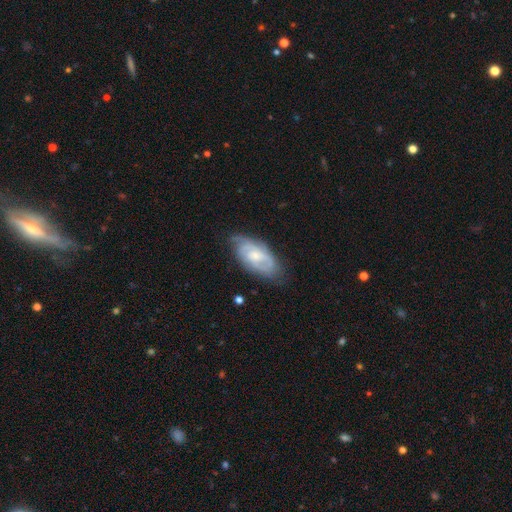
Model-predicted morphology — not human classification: Smooth or featured: featured or disk — 71% (smooth — 24%)
Edge-on disk: no — 94% (yes — 6%)
Bar: no — 56% (weak — 37%)
Spiral arms: yes — 88% (no — 12%)
Spiral winding: tight — 51% (medium — 38%)
Spiral arm count: 2 — 42% (can't tell — 34%)
Bulge size: small — 52% (moderate — 39%)
Merging: none — 68% (minor disturbance — 24%)